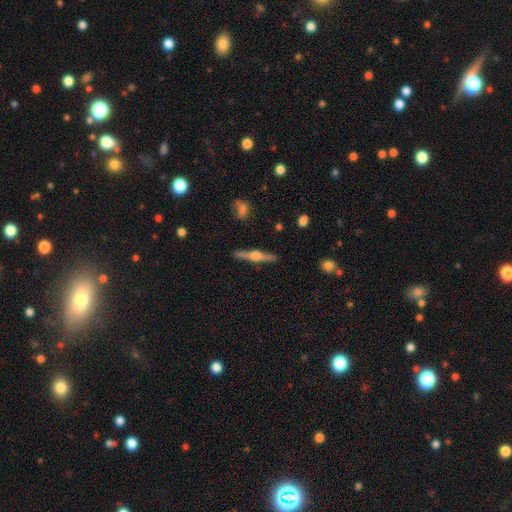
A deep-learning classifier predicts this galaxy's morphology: Smooth or featured: featured or disk — 73% (smooth — 22%)
Edge-on disk: yes — 98% (no — 2%)
Edge-on bulge: rounded — 93% (boxy — 4%)
Merging: none — 90% (minor disturbance — 7%)